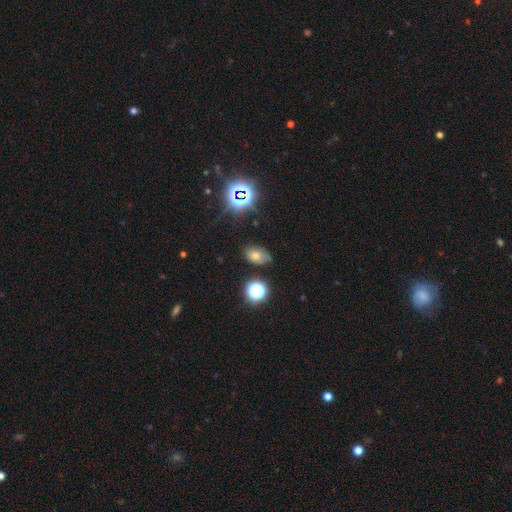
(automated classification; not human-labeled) Smooth or featured? smooth (54%)
How rounded? in between (78%)
Merging? none (68%)